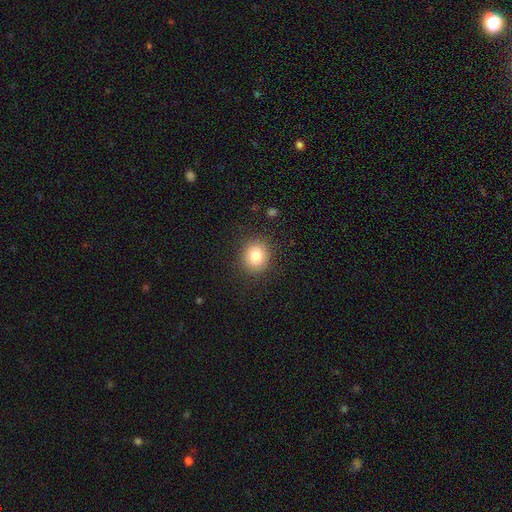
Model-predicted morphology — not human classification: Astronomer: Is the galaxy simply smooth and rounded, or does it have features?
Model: smooth — 82%.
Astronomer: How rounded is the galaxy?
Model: round — 79%.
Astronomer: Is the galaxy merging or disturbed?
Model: none — 88%.